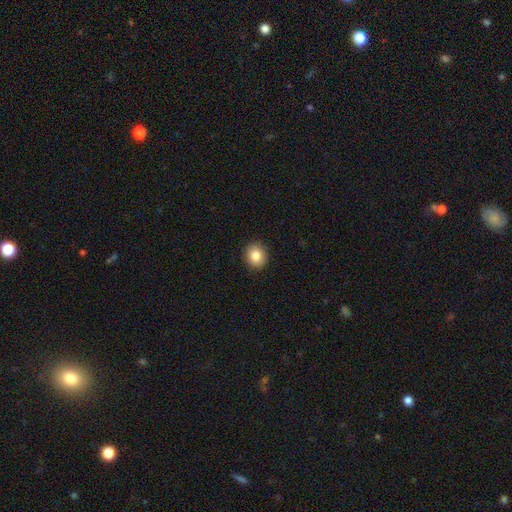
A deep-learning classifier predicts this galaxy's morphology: This is clearly a smooth galaxy (84%). How rounded: likely round (78%). Merging: clearly none (91%).